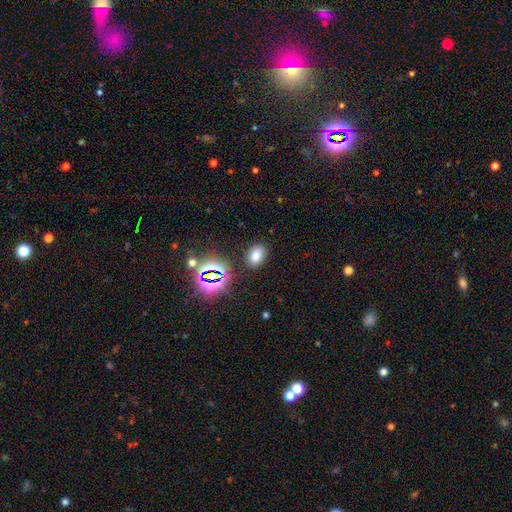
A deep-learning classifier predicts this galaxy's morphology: A smooth galaxy with no disk features (71%) that is in between round and cigar-shaped (79%). Merging: none (84%).